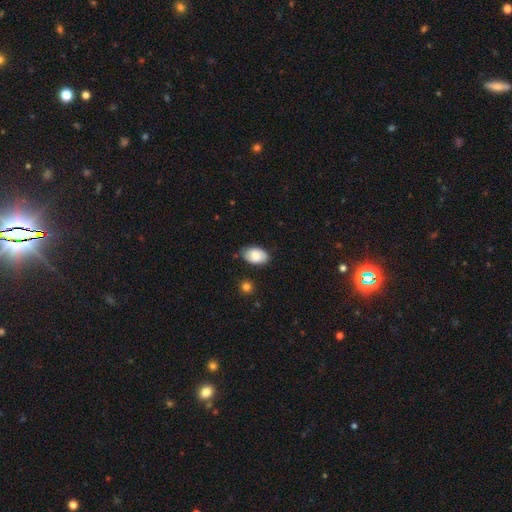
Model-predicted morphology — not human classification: Q: Smooth or featured?
A: smooth (81%); runner-up: featured or disk (13%)
Q: How rounded?
A: in between (92%); runner-up: round (7%)
Q: Merging?
A: none (77%); runner-up: minor disturbance (18%)